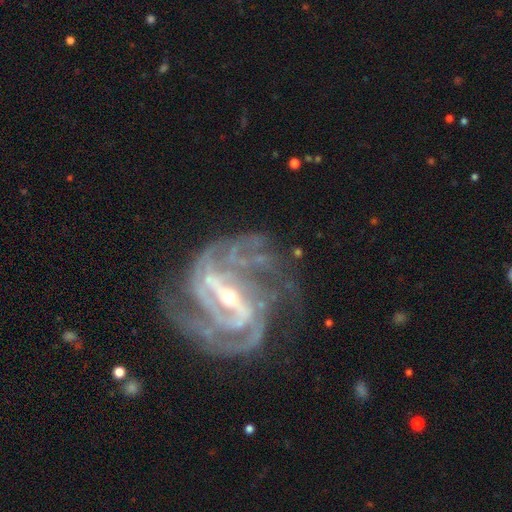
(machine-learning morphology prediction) This appears to be a featured or disk galaxy (92%) with a strong bar (69%), 2 (27%) tight (49%) spiral arms (98%) and a small central bulge (59%). Merging: none (65%).